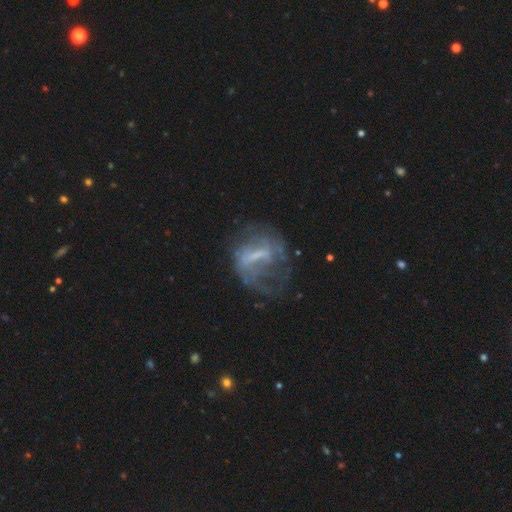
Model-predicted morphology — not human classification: The model was most divided on "spiral arms": no: 52%, yes: 48%. Remaining: edge-on disk — no (93%); smooth or featured — featured or disk (68%); merging — none (46%); bar — strong (45%); bulge size — none (38%).